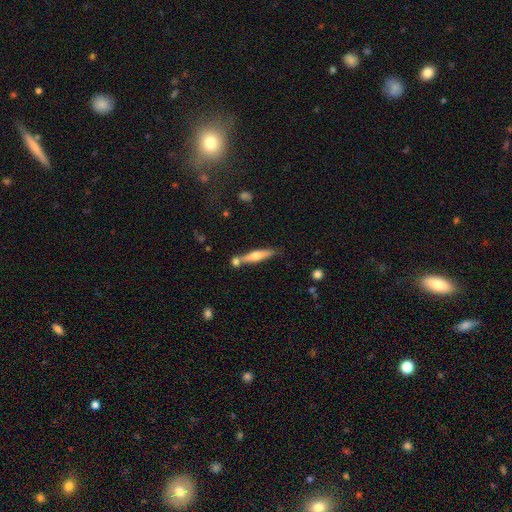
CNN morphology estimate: Q: Smooth or featured?
A: featured or disk (49%); runner-up: smooth (45%)
Q: Merging?
A: none (64%); runner-up: merger (20%)